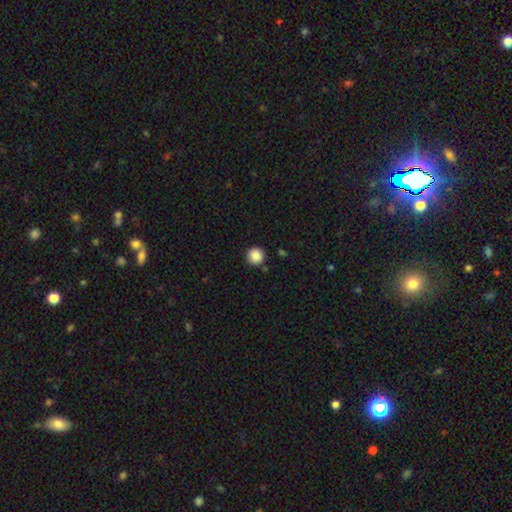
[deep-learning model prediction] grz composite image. It shows a smooth galaxy with no disk features (88%) that is round (94%). Merging: none (88%).